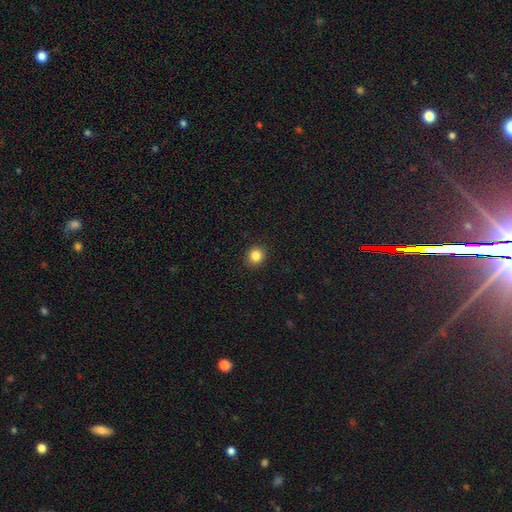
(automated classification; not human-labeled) smooth-or-featured: smooth: 85% | star or artifact: 11% | featured or disk: 5%
  how-rounded: round: 85% | in between: 14% | cigar-shaped: 1%
  merging: none: 92% | minor disturbance: 6% | major disturbance: 2% | merger: 1%